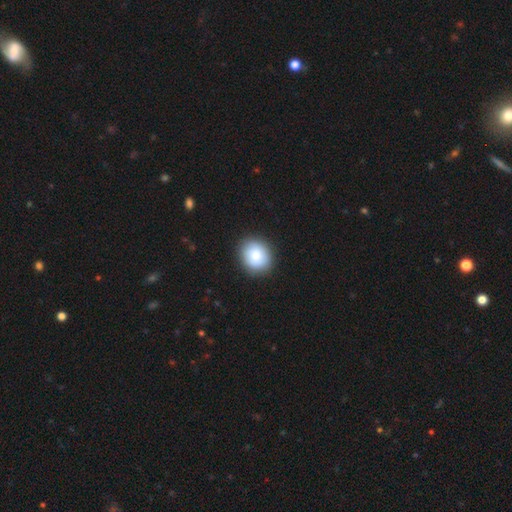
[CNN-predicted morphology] The model was most divided on "how rounded": round: 66%, in between: 33%, cigar-shaped: 1%. More confident: merging — none (89%); smooth or featured — smooth (85%).